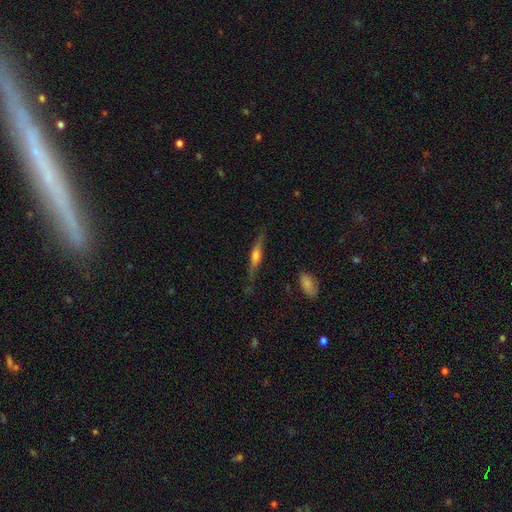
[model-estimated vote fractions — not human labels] A featured or disk galaxy (56%) viewed edge-on (93%) with a rounded central bulge (80%).

Vote fractions:
- Smooth or featured? featured or disk: 56% / smooth: 38% / star or artifact: 7%
- Edge-on disk? yes: 93% / no: 7%
- Edge-on bulge? rounded: 80% / boxy: 13% / none: 7%
- Merging? none: 77% / minor disturbance: 17% / major disturbance: 5% / merger: 2%